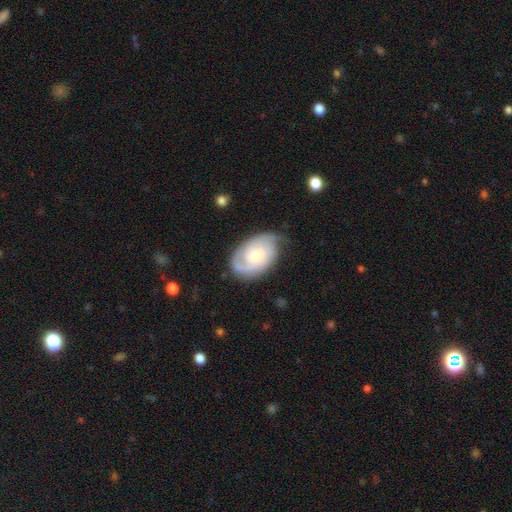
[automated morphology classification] This is likely a featured or disk galaxy (77%). It is clearly not viewed edge-on (97%). Bar: likely no (69%). Spiral arm pattern: clearly yes (94%). Spiral arm count: possibly 2 (59%). Spiral winding: possibly tight (52%). Central bulge: possibly small (53%). Merging: likely none (66%).